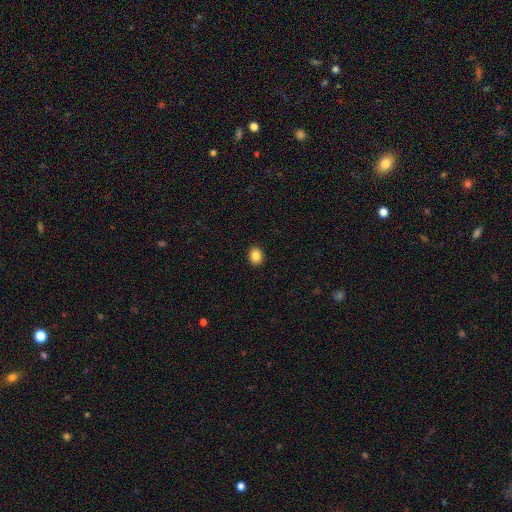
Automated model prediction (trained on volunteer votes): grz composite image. It shows a smooth galaxy with no disk features (86%) that is round (55%). Merging: none (92%).